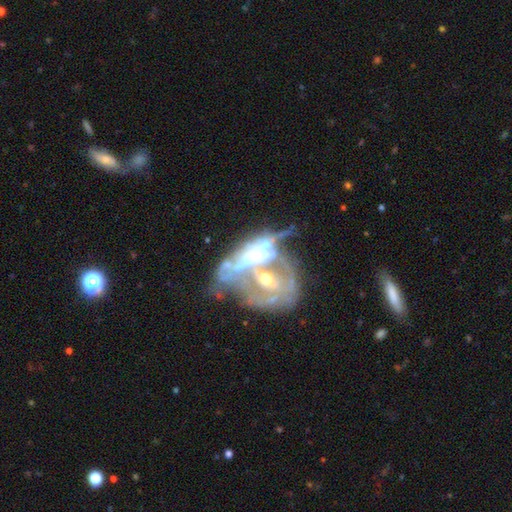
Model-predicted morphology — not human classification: This is likely a featured or disk galaxy (74%). It is clearly not viewed edge-on (93%). Bar: likely no (69%). Spiral arm pattern: likely no (70%). Central bulge: possibly moderate (52%). Merging: possibly merger (51%).